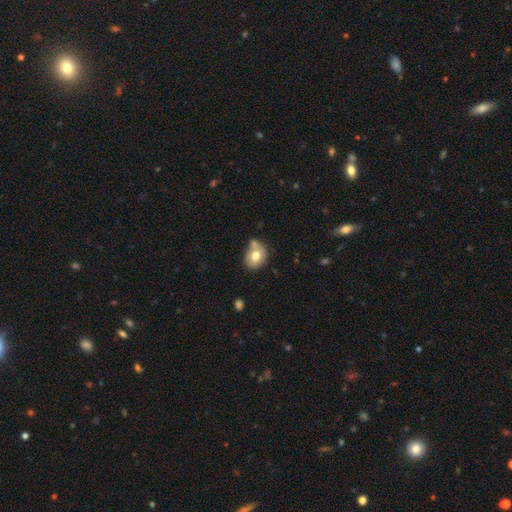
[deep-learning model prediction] This appears to be a smooth galaxy with no disk features (74%) that is round (54%). Merging: none (51%).